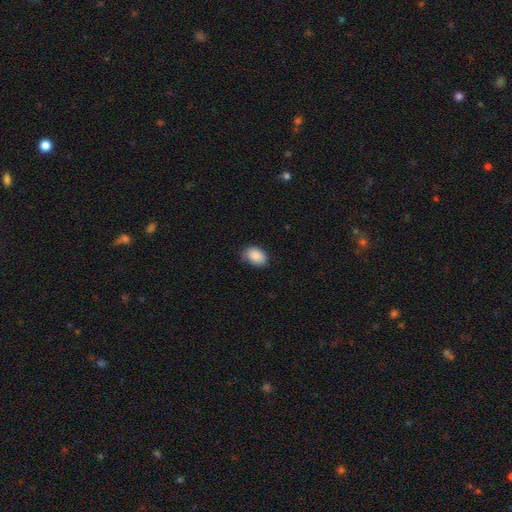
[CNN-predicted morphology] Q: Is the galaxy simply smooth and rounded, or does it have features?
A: smooth — 88%.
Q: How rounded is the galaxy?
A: in between — 84%.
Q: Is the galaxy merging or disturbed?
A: none — 72%.